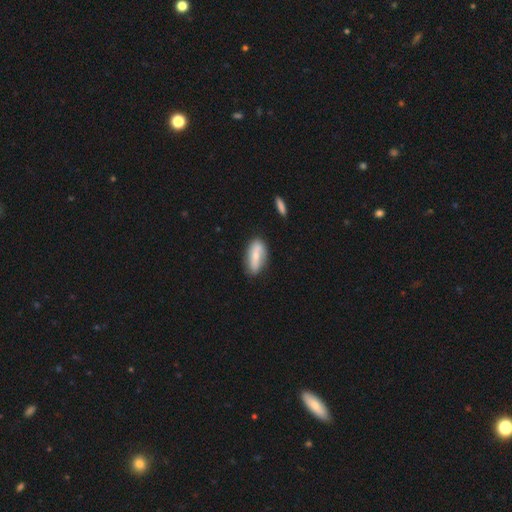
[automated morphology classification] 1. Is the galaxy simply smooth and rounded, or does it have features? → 52% smooth, 42% featured or disk, 6% star or artifact.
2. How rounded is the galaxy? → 78% in between, 19% cigar-shaped, 4% round.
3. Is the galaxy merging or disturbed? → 76% none, 17% minor disturbance, 4% major disturbance, 3% merger.